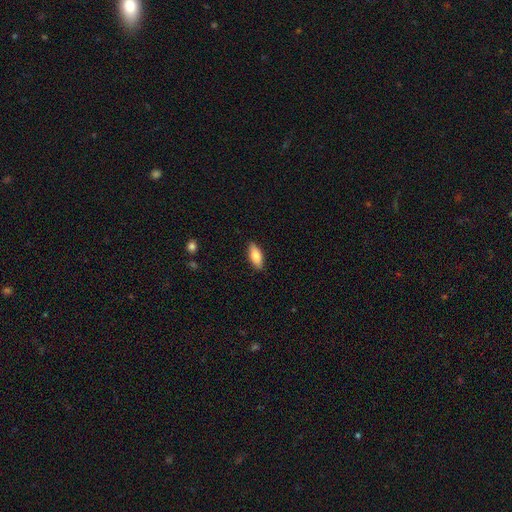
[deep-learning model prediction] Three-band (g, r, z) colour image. It shows a smooth galaxy with no disk features (78%) that is in between round and cigar-shaped (78%). Merging: none (87%).